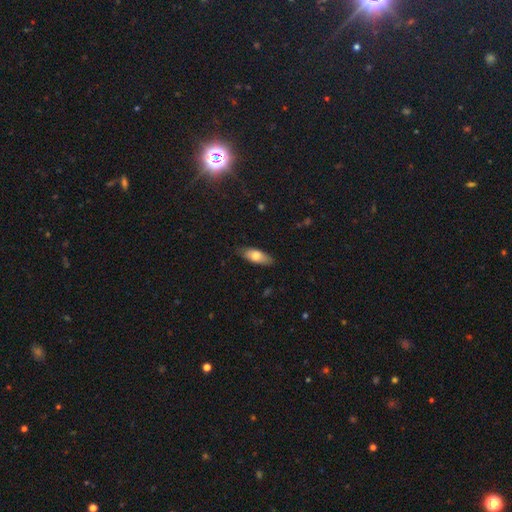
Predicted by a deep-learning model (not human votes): A smooth galaxy with no disk features (73%) that is in between round and cigar-shaped (75%).

Vote fractions:
- Smooth or featured? smooth: 73% / featured or disk: 21% / star or artifact: 6%
- How rounded? in between: 75% / cigar-shaped: 23% / round: 3%
- Merging? none: 83% / minor disturbance: 14% / major disturbance: 2% / merger: 1%